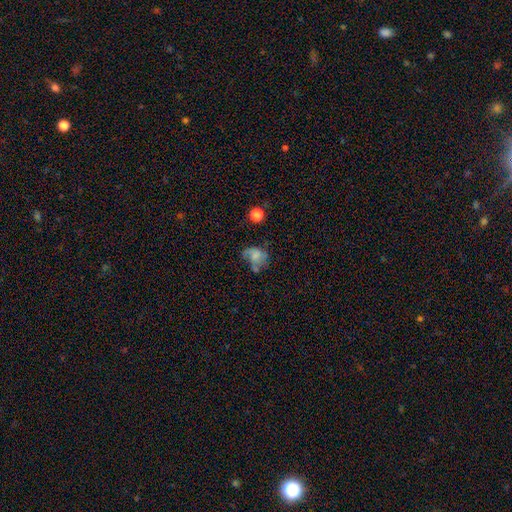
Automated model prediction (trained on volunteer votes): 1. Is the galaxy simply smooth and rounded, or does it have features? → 51% smooth, 35% featured or disk, 13% star or artifact.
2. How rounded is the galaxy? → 60% in between, 39% round, 1% cigar-shaped.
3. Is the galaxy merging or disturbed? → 32% major disturbance, 29% none, 24% minor disturbance, 15% merger.